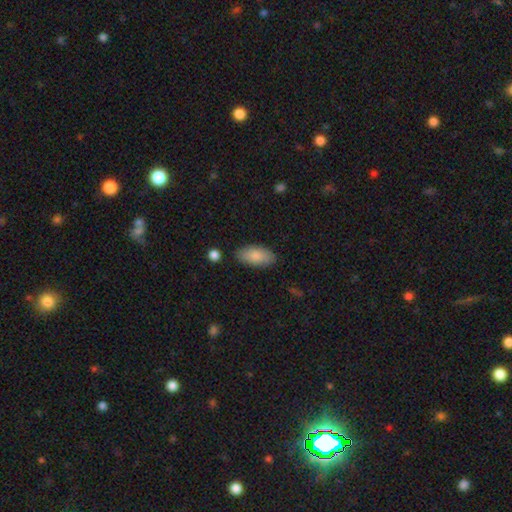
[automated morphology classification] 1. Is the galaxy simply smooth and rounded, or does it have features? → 85% smooth, 9% featured or disk, 6% star or artifact.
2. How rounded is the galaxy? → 91% in between, 7% cigar-shaped, 2% round.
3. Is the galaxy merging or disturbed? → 84% none, 11% minor disturbance, 2% major disturbance, 2% merger.